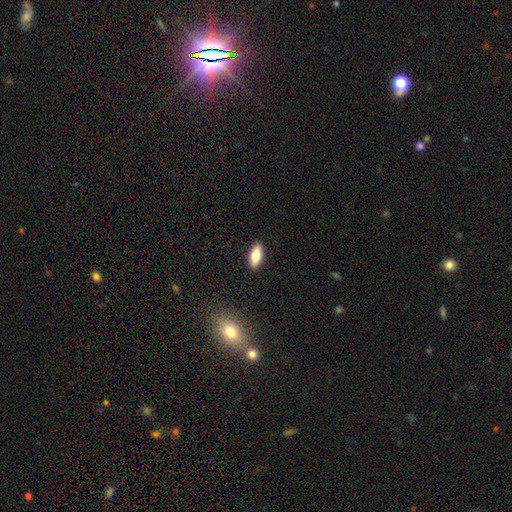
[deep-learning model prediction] Smooth or featured? Predicted: smooth (p=0.74). How rounded? Predicted: in between (p=0.79). Merging? Predicted: none (p=0.89).